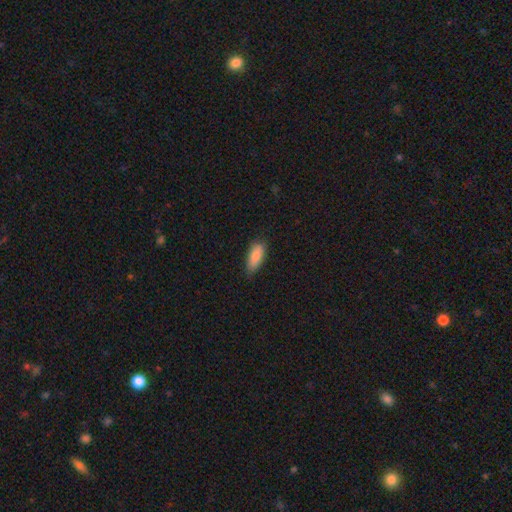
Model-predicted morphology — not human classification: Smooth or featured?
  - smooth: 85% *
  - featured or disk: 9%
  - star or artifact: 6%
How rounded?
  - in between: 76% *
  - cigar-shaped: 22%
  - round: 2%
Merging?
  - none: 75% *
  - minor disturbance: 21%
  - major disturbance: 3%
  - merger: 1%